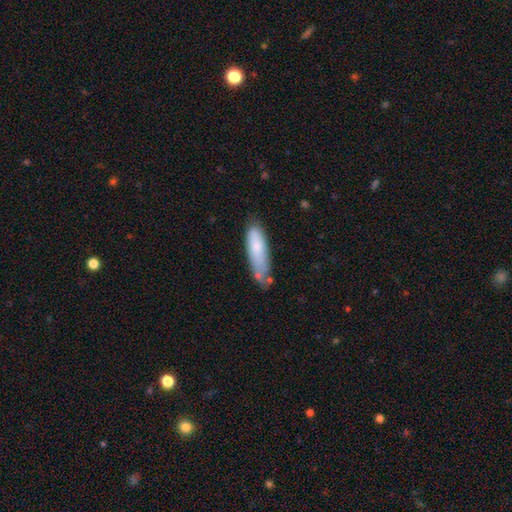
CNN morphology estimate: This appears to be a smooth galaxy with no disk features (76%) that is cigar-shaped (63%). Merging: none (57%).